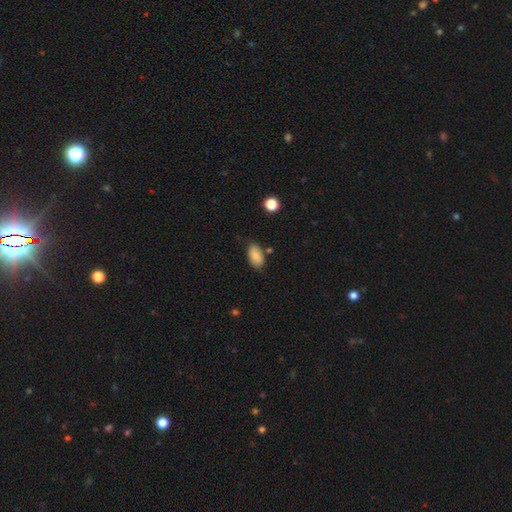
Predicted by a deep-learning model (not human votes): The model was most divided on "merging": none: 76%, minor disturbance: 16%, merger: 4%, major disturbance: 3%. More confident: how rounded — in between (93%); smooth or featured — smooth (86%).